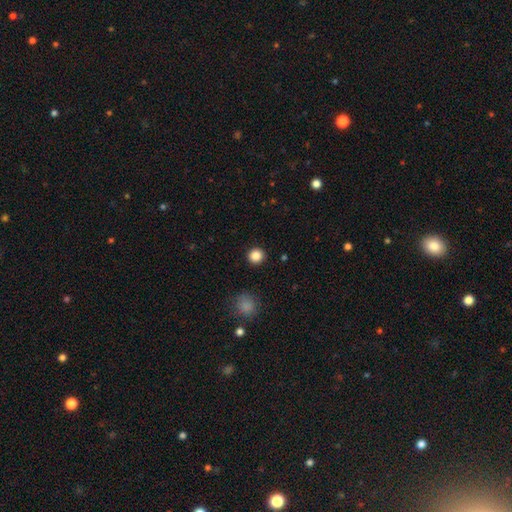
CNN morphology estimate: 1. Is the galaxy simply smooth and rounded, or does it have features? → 86% smooth, 11% star or artifact, 3% featured or disk.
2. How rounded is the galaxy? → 93% round, 6% in between, 1% cigar-shaped.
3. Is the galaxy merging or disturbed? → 92% none, 5% minor disturbance, 2% major disturbance, 1% merger.